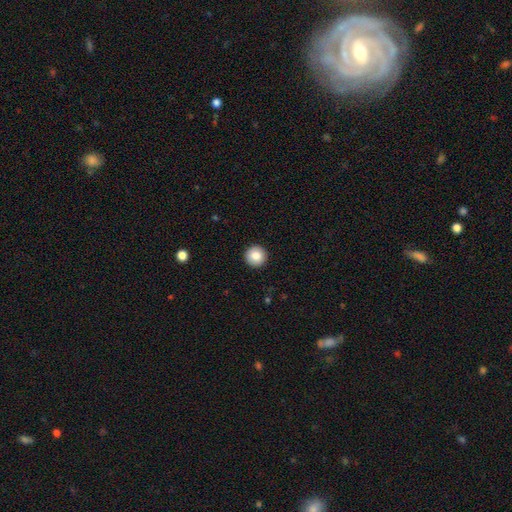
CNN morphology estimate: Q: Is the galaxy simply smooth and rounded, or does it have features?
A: smooth — 85%.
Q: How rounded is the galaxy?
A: round — 96%.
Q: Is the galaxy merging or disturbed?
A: none — 93%.